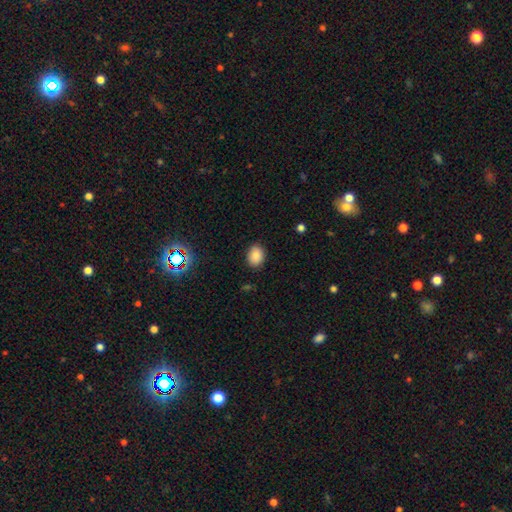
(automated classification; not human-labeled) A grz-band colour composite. It shows a smooth galaxy with no disk features (87%) that is in between round and cigar-shaped (65%). Merging: none (86%).